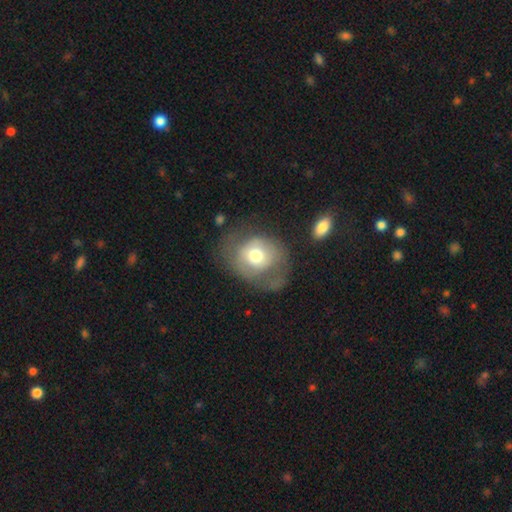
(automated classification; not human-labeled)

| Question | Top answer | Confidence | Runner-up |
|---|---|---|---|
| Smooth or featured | smooth | 56% | featured or disk (36%) |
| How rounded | round | 56% | in between (43%) |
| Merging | none | 40% | major disturbance (32%) |